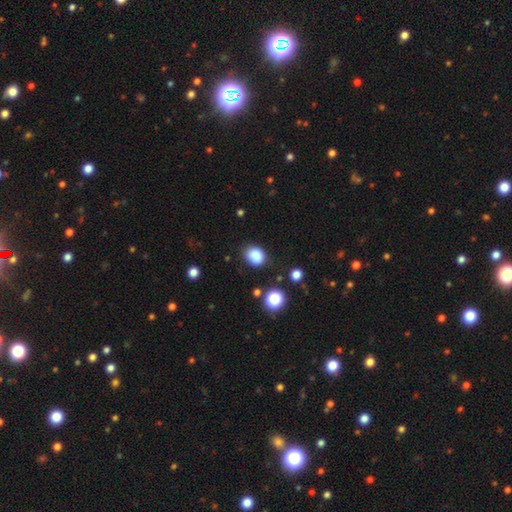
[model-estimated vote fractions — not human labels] Q: Smooth or featured?
A: smooth (85%); runner-up: star or artifact (11%)
Q: How rounded?
A: round (53%); runner-up: in between (46%)
Q: Merging?
A: none (79%); runner-up: minor disturbance (15%)